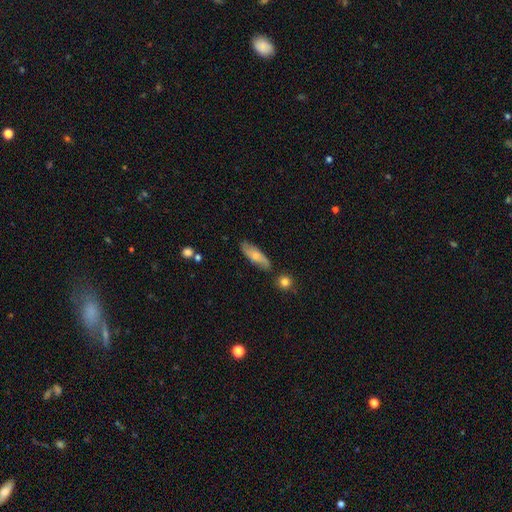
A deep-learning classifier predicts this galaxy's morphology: Smooth or featured? smooth (63%)
How rounded? in between (55%)
Merging? none (78%)